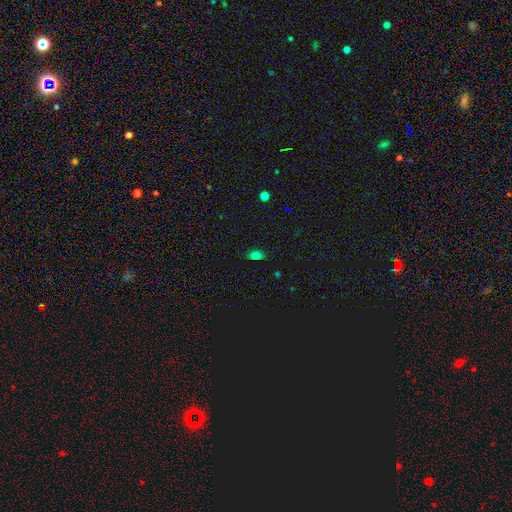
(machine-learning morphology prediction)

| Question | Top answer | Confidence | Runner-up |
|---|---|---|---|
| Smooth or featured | smooth | 66% | star or artifact (24%) |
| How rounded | in between | 80% | round (13%) |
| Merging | none | 77% | minor disturbance (16%) |